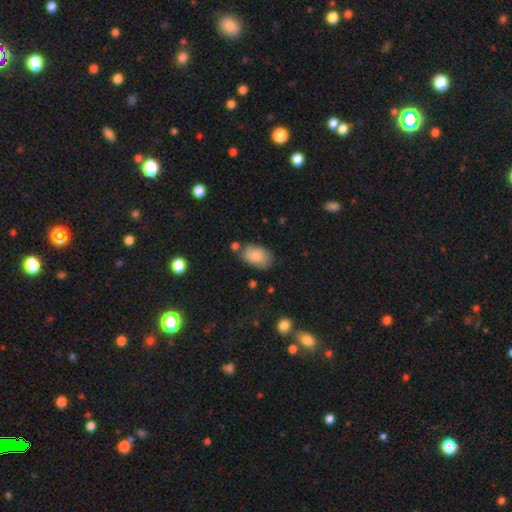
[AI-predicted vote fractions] smooth_or_featured: smooth (p=0.85) [alt: featured or disk p=0.08]
how_rounded: in between (p=0.92) [alt: round p=0.07]
merging: none (p=0.66) [alt: minor disturbance p=0.21]